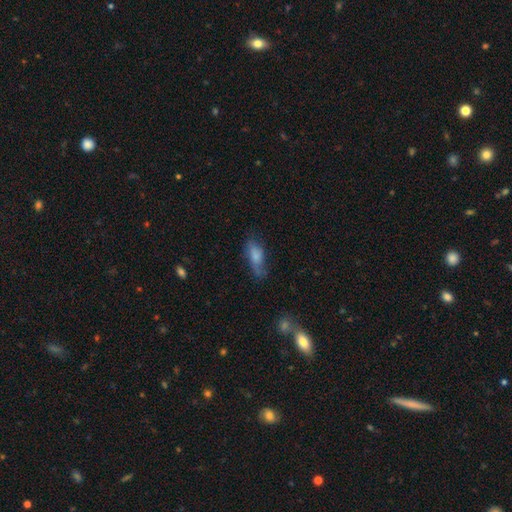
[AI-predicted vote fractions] This is likely a smooth galaxy (73%). How rounded: likely in between (73%). Merging: possibly none (50%).